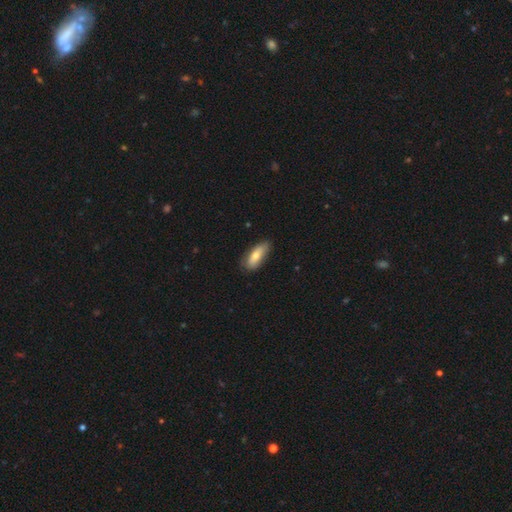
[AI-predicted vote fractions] Smooth or featured? Predicted: smooth (p=0.71). How rounded? Predicted: in between (p=0.71). Merging? Predicted: none (p=0.74).